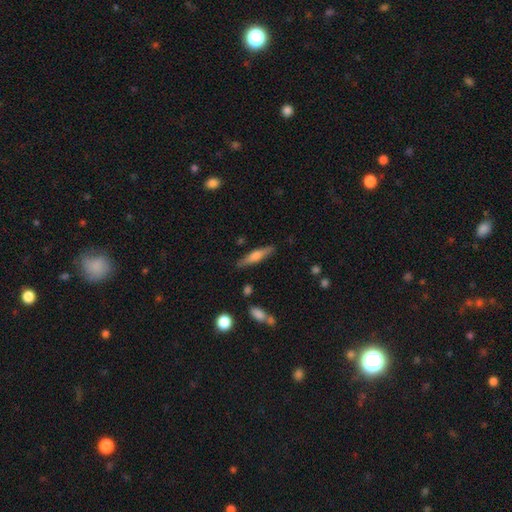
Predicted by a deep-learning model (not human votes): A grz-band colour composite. It shows a smooth galaxy with no disk features (51%) that is cigar-shaped (80%). Merging: none (85%).